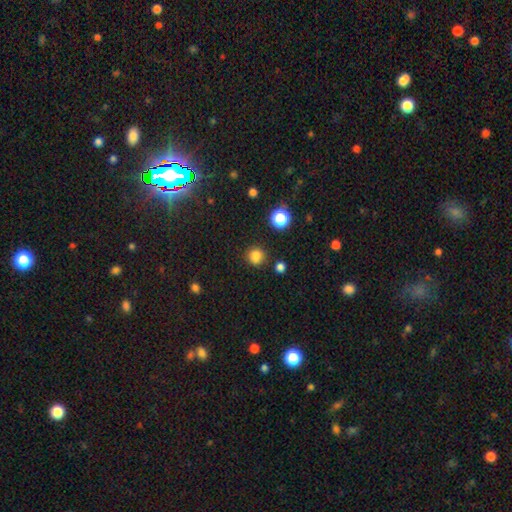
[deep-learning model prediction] Morphology: type=smooth (81%); roundness=round (91%); merging=none (83%).